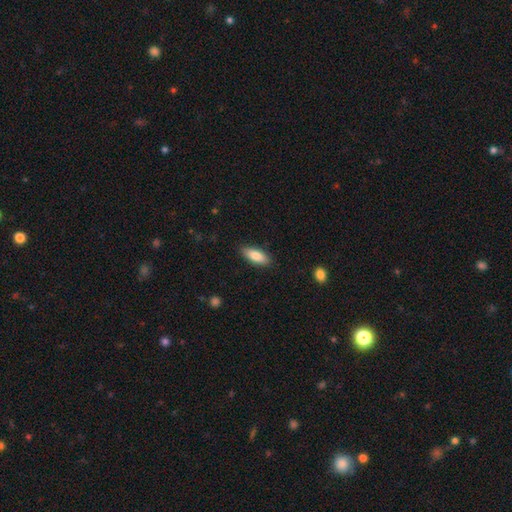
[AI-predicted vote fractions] This appears to be a smooth galaxy with no disk features (84%) that is in between round and cigar-shaped (74%). Merging: none (87%).